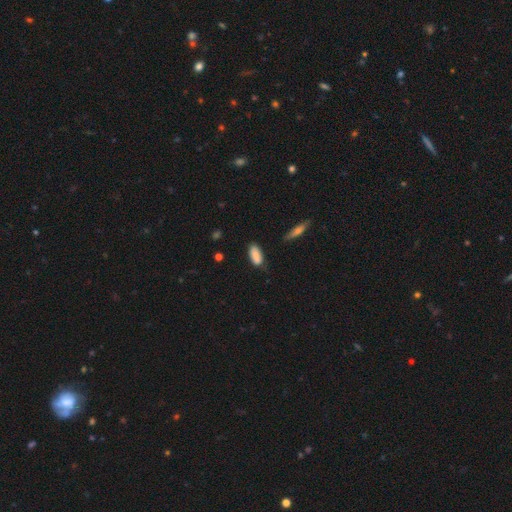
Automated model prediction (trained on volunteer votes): Morphology: type=smooth (87%); roundness=in between (83%); merging=none (72%).